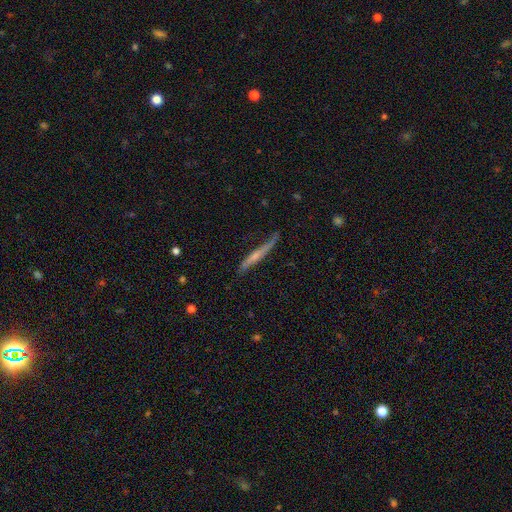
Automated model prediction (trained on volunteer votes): A featured or disk galaxy (58%) viewed edge-on (90%) with a rounded central bulge (47%). Merging: none (66%).